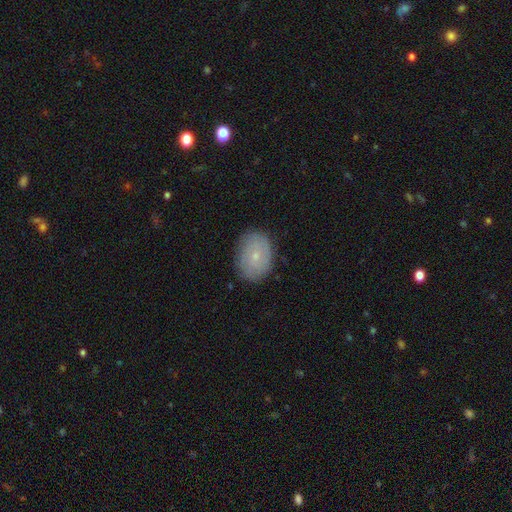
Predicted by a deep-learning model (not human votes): Smooth or featured? Predicted: smooth (p=0.58). How rounded? Predicted: in between (p=0.72). Merging? Predicted: none (p=0.83).